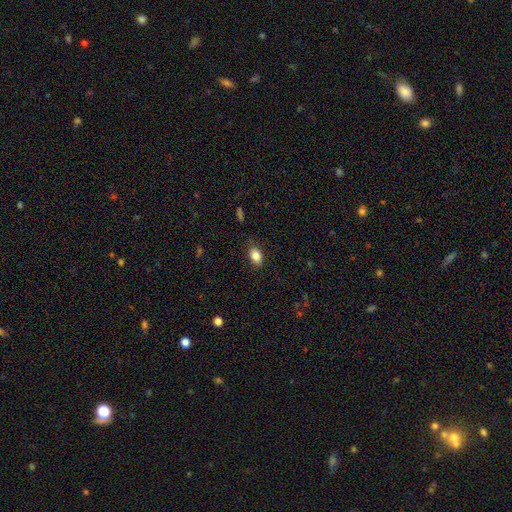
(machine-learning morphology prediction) smooth_or_featured: smooth (p=0.85) [alt: star or artifact p=0.09]
how_rounded: in between (p=0.84) [alt: round p=0.14]
merging: none (p=0.79) [alt: minor disturbance p=0.16]